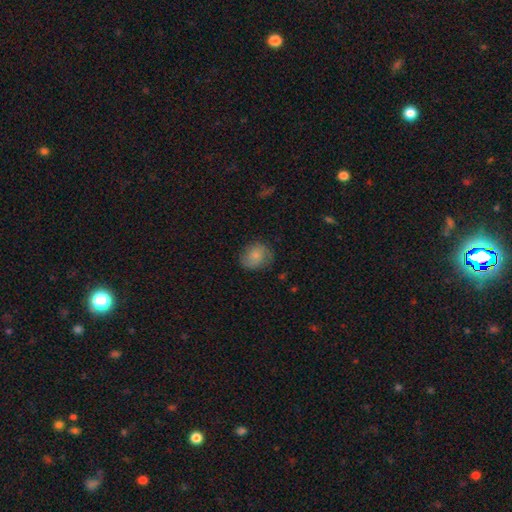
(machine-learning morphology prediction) The model was most divided on "how rounded": round: 60%, in between: 39%, cigar-shaped: 1%. More confident: smooth or featured — smooth (75%); merging — none (71%).